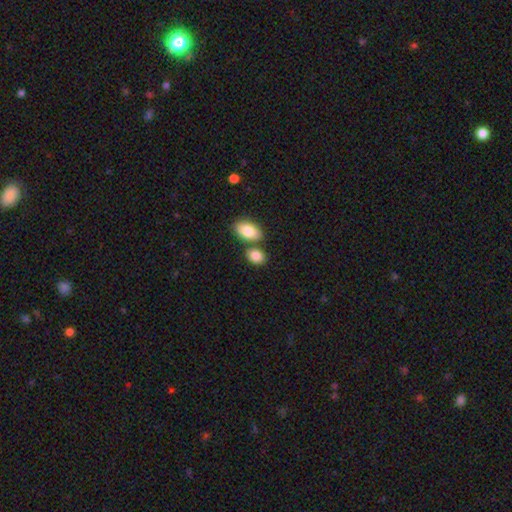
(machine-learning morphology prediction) smooth 86%, star or artifact 8%, featured or disk 7%. Down the decision tree: how rounded — in between (73%); merging — none (58%).